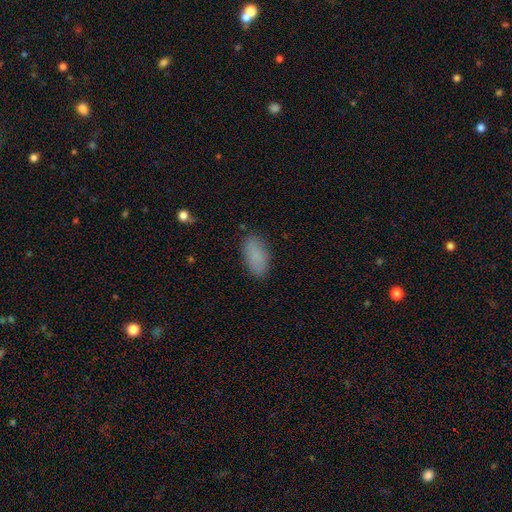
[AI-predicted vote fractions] Smooth or featured? Predicted: smooth (p=0.87). How rounded? Predicted: in between (p=0.92). Merging? Predicted: none (p=0.85).